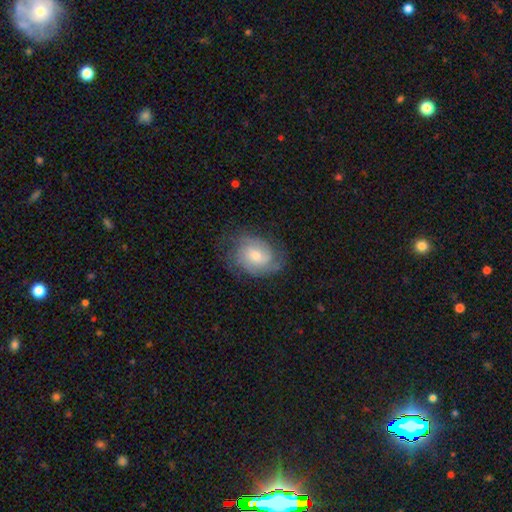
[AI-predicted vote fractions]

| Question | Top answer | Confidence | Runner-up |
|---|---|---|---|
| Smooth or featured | featured or disk | 70% | smooth (23%) |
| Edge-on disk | no | 97% | yes (3%) |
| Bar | no | 60% | weak (35%) |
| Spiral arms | yes | 91% | no (9%) |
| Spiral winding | tight | 54% | medium (35%) |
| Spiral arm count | can't tell | 35% | 2 (32%) |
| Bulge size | moderate | 48% | small (45%) |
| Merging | none | 69% | minor disturbance (20%) |